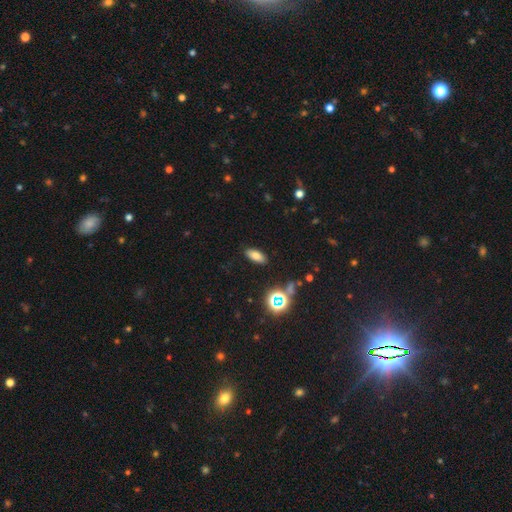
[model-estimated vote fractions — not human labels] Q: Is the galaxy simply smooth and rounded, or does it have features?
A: smooth — 75%.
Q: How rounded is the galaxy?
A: in between — 79%.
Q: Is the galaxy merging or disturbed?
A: none — 87%.